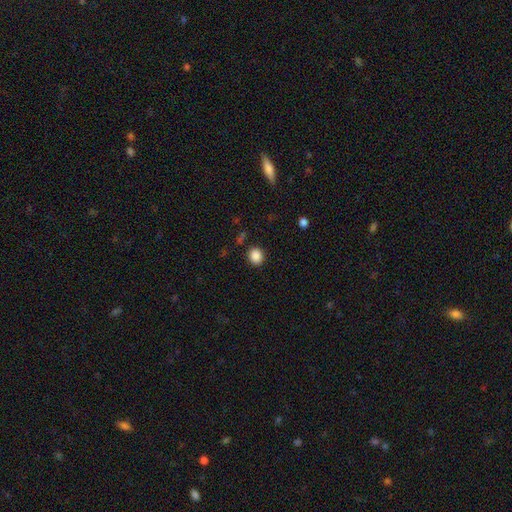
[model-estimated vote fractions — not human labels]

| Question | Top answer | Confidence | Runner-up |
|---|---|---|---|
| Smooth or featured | smooth | 87% | star or artifact (10%) |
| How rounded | round | 77% | in between (22%) |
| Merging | none | 88% | minor disturbance (8%) |